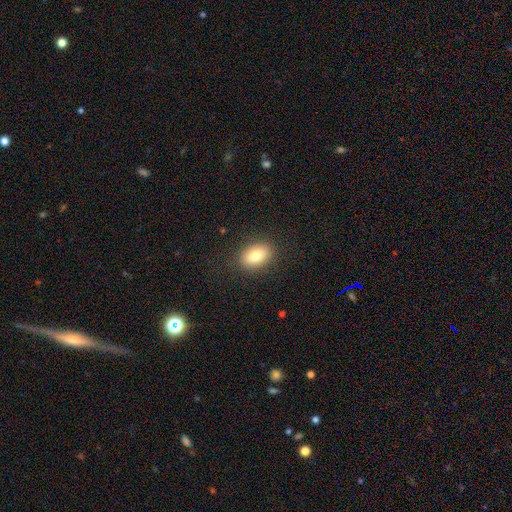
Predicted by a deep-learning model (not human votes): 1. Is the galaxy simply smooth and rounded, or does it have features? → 79% smooth, 12% featured or disk, 9% star or artifact.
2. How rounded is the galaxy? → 84% in between, 14% round, 2% cigar-shaped.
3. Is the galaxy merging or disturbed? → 87% none, 9% minor disturbance, 3% major disturbance, 1% merger.